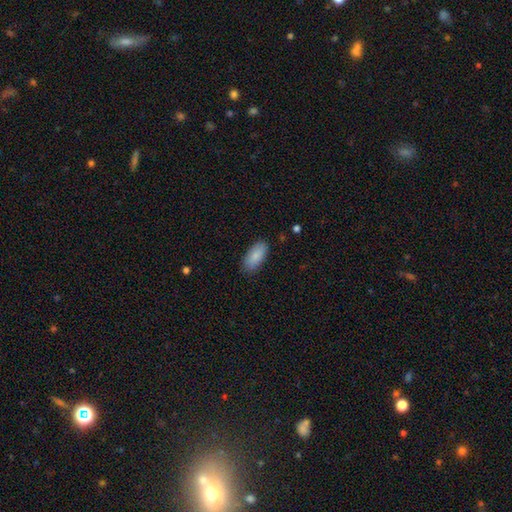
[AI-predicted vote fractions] Smooth or featured? Predicted: smooth (p=0.86). How rounded? Predicted: in between (p=0.90). Merging? Predicted: none (p=0.84).